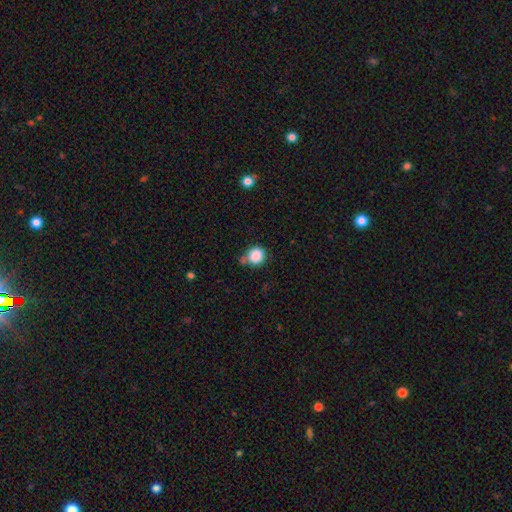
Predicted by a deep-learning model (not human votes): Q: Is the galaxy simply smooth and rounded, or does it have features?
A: smooth — 86%.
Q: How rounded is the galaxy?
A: round — 85%.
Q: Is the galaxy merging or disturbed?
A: none — 57%.